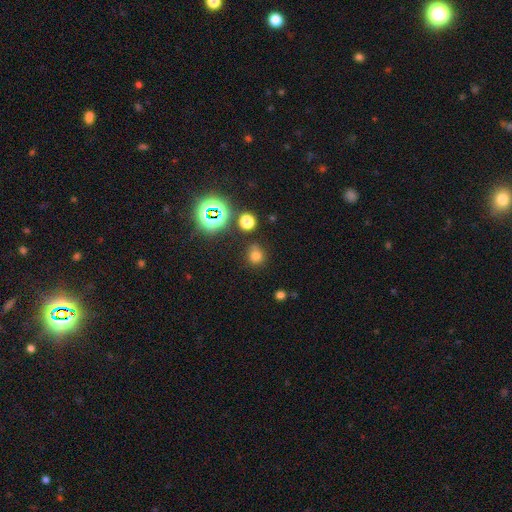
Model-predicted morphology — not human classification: smooth-or-featured: smooth: 69% | star or artifact: 24% | featured or disk: 7%
  how-rounded: round: 85% | in between: 14% | cigar-shaped: 1%
  merging: none: 75% | minor disturbance: 13% | merger: 7% | major disturbance: 5%